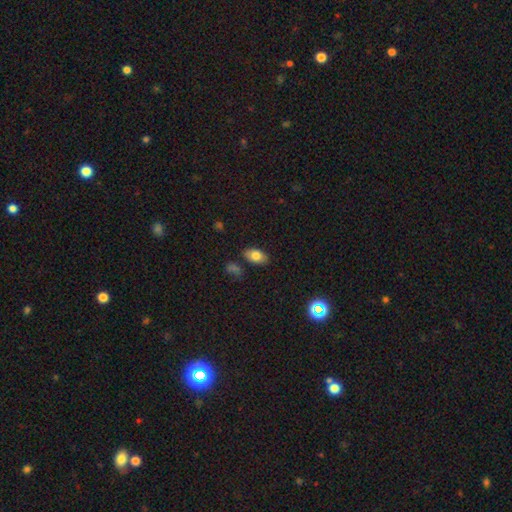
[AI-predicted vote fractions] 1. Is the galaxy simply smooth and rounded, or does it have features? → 78% smooth, 14% featured or disk, 8% star or artifact.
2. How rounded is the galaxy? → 91% in between, 7% round, 2% cigar-shaped.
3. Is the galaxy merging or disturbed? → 82% none, 12% minor disturbance, 4% merger, 3% major disturbance.